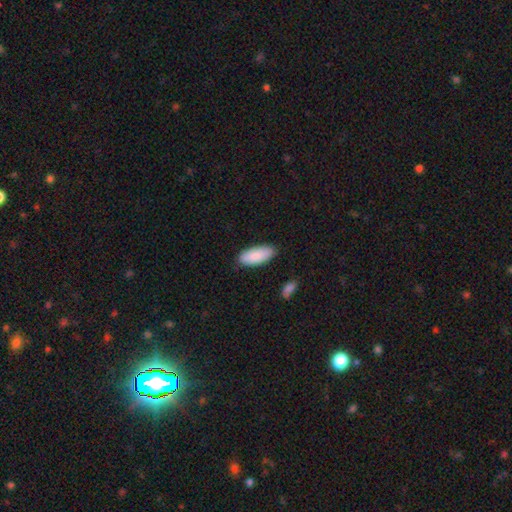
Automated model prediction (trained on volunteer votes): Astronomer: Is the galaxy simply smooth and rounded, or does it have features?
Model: smooth — 89%.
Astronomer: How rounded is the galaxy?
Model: in between — 84%.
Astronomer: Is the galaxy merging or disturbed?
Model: none — 85%.